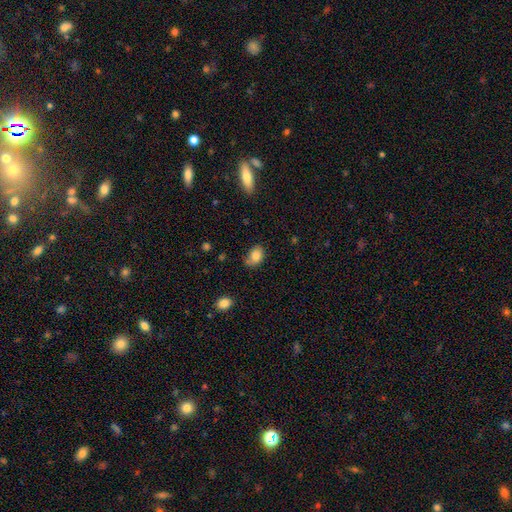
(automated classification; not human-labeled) The model was most divided on "merging": none: 62%, minor disturbance: 27%, major disturbance: 7%, merger: 4%. More confident: smooth or featured — smooth (81%); how rounded — in between (71%).